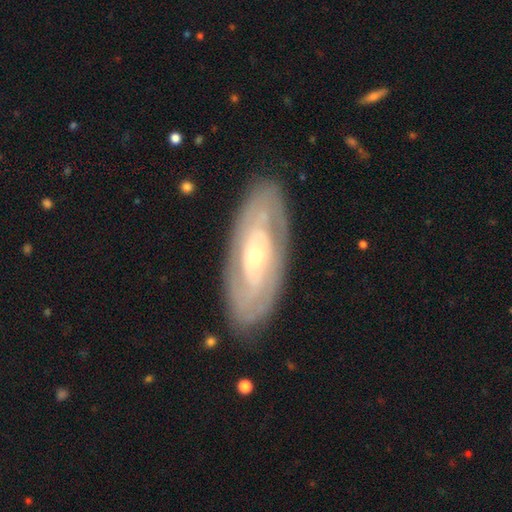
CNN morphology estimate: This appears to be a featured or disk galaxy (79%) with no bar (72%), tight (74%) spiral arms (79%) and a small central bulge (68%). Merging: none (84%).